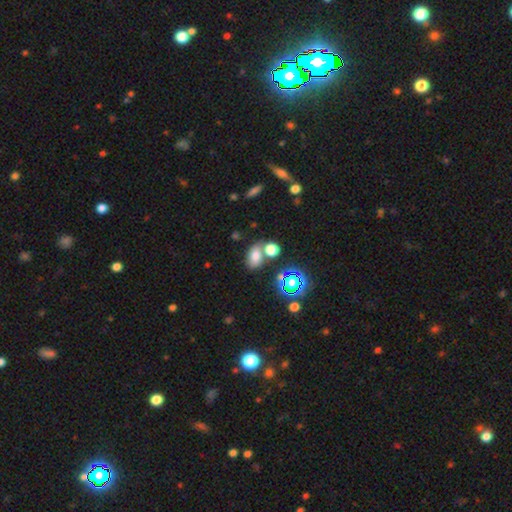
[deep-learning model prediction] Smooth or featured: smooth — 69% (star or artifact — 20%)
How rounded: in between — 76% (round — 22%)
Merging: none — 54% (merger — 29%)